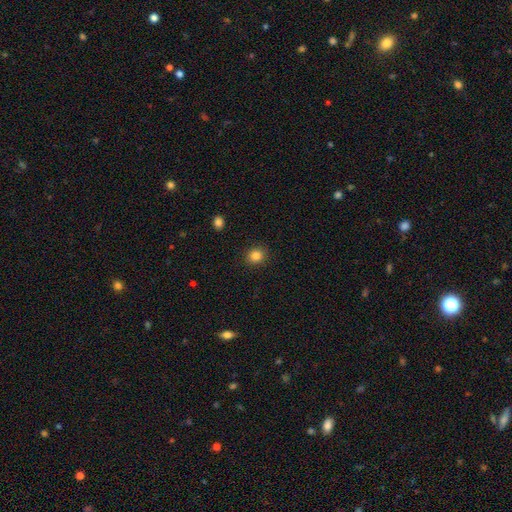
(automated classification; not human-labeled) Morphology: type=smooth (85%); roundness=round (81%); merging=none (91%).